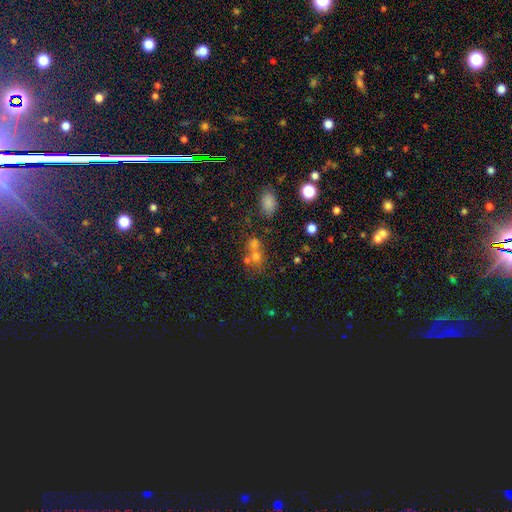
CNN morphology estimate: A smooth galaxy with no disk features (52%) that is round (65%). Merging: merger (47%).